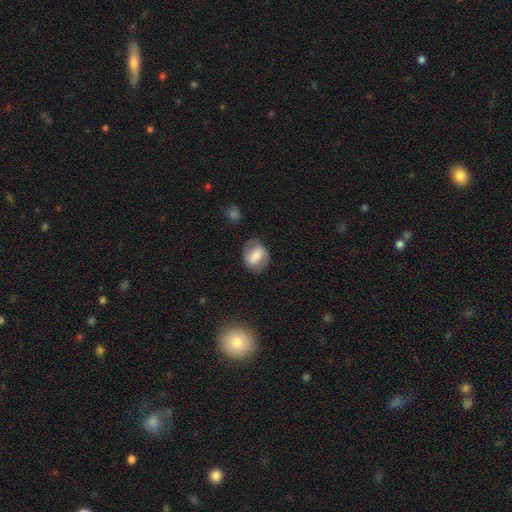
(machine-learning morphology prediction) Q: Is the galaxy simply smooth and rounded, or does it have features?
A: featured or disk — 54%.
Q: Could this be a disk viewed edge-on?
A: no — 96%.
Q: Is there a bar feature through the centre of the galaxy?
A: strong — 48%.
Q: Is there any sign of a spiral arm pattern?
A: yes — 79%.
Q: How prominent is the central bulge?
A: moderate — 45%.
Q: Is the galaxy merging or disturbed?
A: none — 78%.